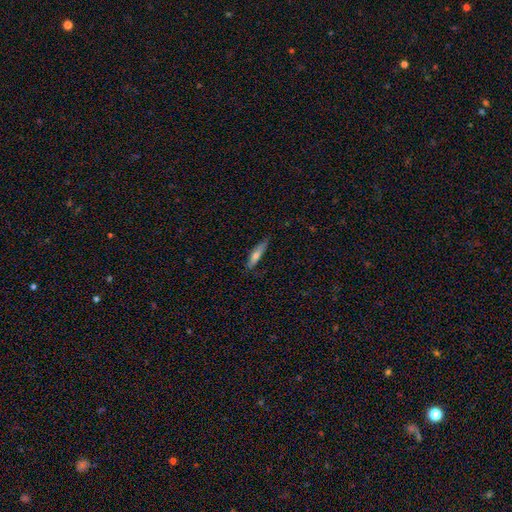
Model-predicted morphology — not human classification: Smooth or featured: smooth — 65% (featured or disk — 29%)
How rounded: cigar-shaped — 80% (in between — 19%)
Merging: none — 78% (minor disturbance — 18%)